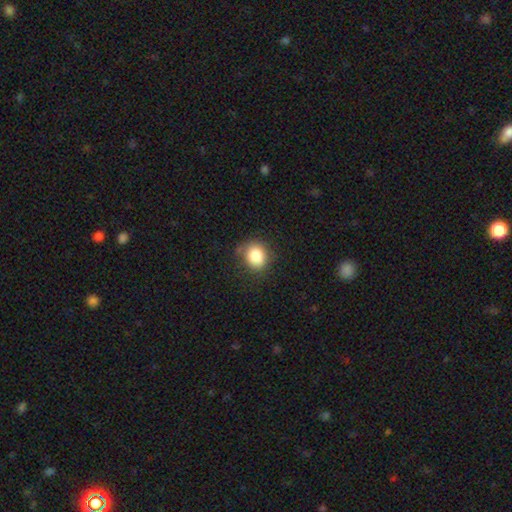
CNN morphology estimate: type=smooth (84%); roundness=round (73%); merging=none (77%).